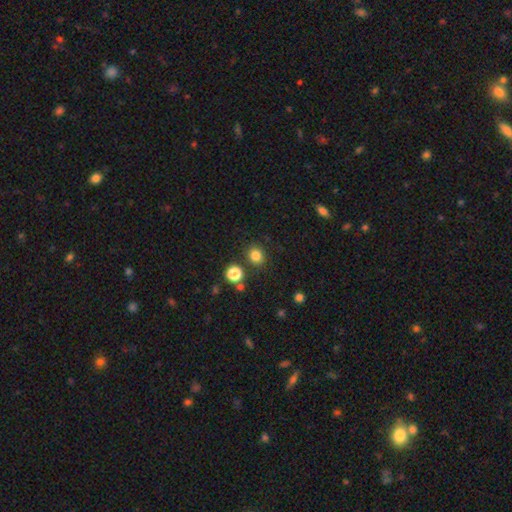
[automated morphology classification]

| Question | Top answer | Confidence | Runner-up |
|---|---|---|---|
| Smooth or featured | smooth | 82% | star or artifact (14%) |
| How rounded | round | 77% | in between (22%) |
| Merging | none | 83% | minor disturbance (8%) |